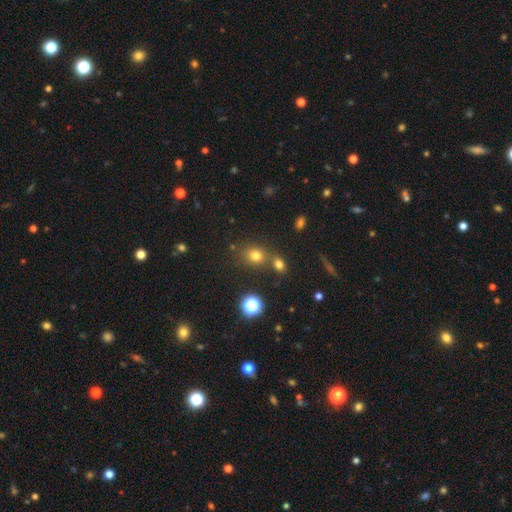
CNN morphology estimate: Overall: smooth (72%). How rounded: round (69%; in between 30%). Merging: none (64%).